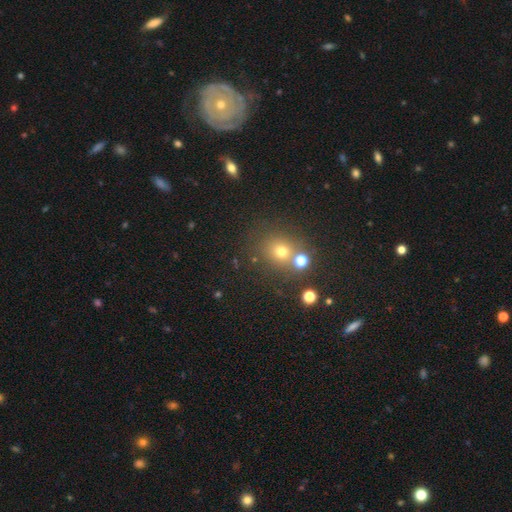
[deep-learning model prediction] star or artifact 43%, smooth 42%, featured or disk 16%.